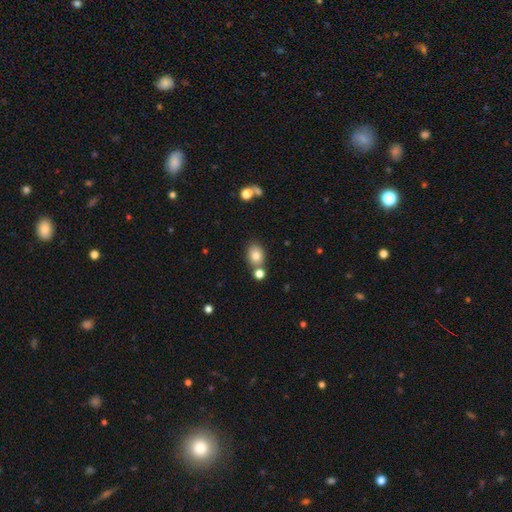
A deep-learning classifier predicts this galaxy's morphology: The model was most divided on "how rounded": in between: 57%, round: 42%, cigar-shaped: 1%. More confident: smooth or featured — smooth (79%); merging — none (69%).